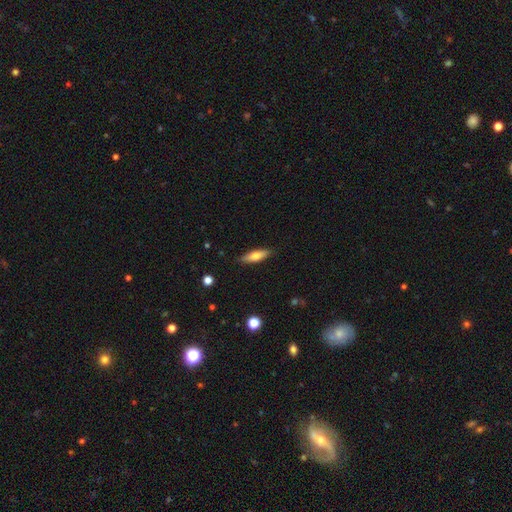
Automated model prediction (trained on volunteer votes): smooth 66%, featured or disk 27%, star or artifact 6%. Down the decision tree: how rounded — cigar-shaped (58%); merging — none (87%).